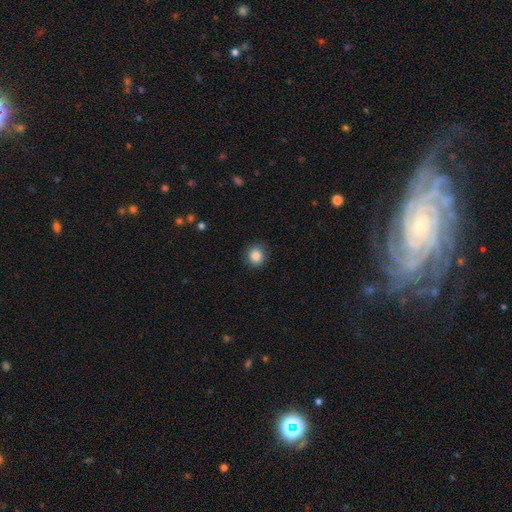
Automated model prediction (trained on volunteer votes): Smooth or featured? Predicted: smooth (p=0.86). How rounded? Predicted: round (p=0.88). Merging? Predicted: none (p=0.89).